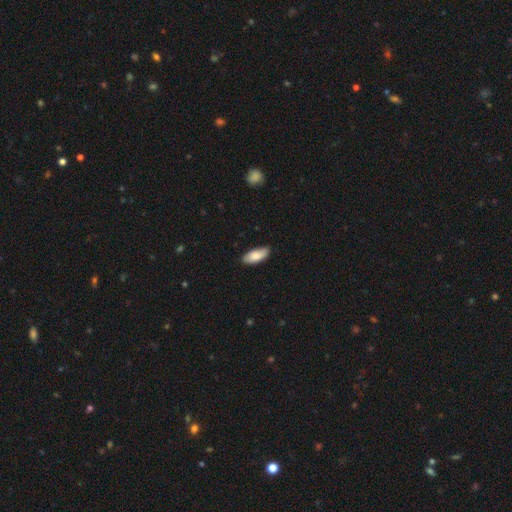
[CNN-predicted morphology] Q: Smooth or featured?
A: smooth (82%); runner-up: featured or disk (12%)
Q: How rounded?
A: in between (83%); runner-up: cigar-shaped (15%)
Q: Merging?
A: none (82%); runner-up: minor disturbance (15%)